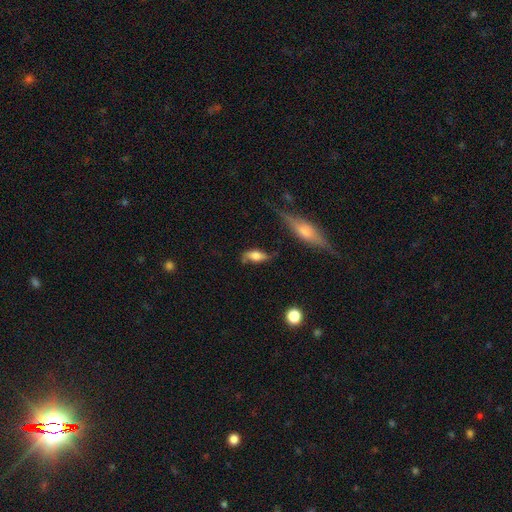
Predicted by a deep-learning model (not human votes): smooth_or_featured: smooth (p=0.58) [alt: featured or disk p=0.33]
how_rounded: in between (p=0.76) [alt: cigar-shaped p=0.19]
merging: none (p=0.53) [alt: minor disturbance p=0.31]